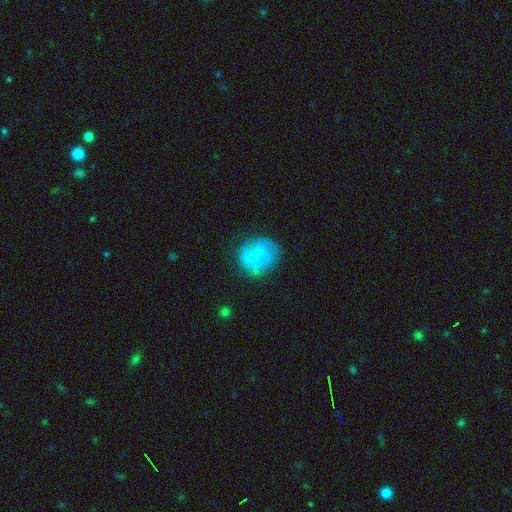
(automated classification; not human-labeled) Smooth or featured? smooth (51%)
How rounded? round (78%)
Merging? none (64%)